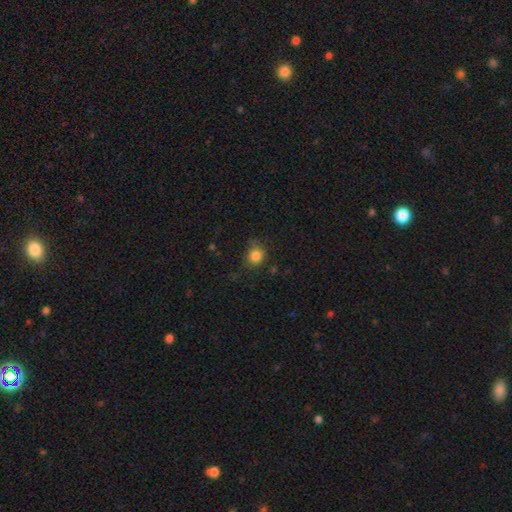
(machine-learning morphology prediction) Smooth or featured: smooth — 84% (star or artifact — 12%)
How rounded: round — 80% (in between — 19%)
Merging: none — 71% (minor disturbance — 21%)